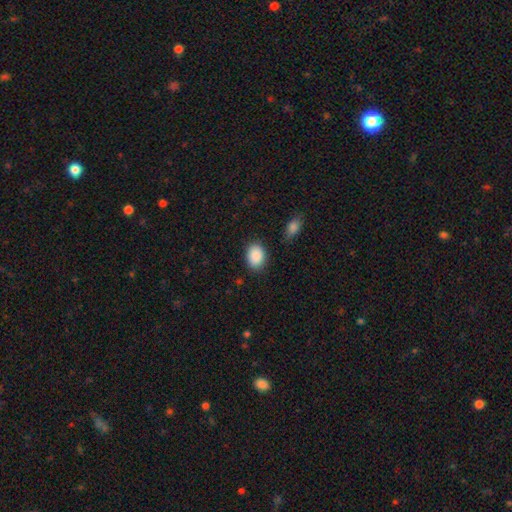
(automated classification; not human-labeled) Smooth or featured?
  - smooth: 90% *
  - star or artifact: 7%
  - featured or disk: 3%
How rounded?
  - in between: 75% *
  - round: 24%
  - cigar-shaped: 1%
Merging?
  - none: 84% *
  - minor disturbance: 11%
  - major disturbance: 3%
  - merger: 2%